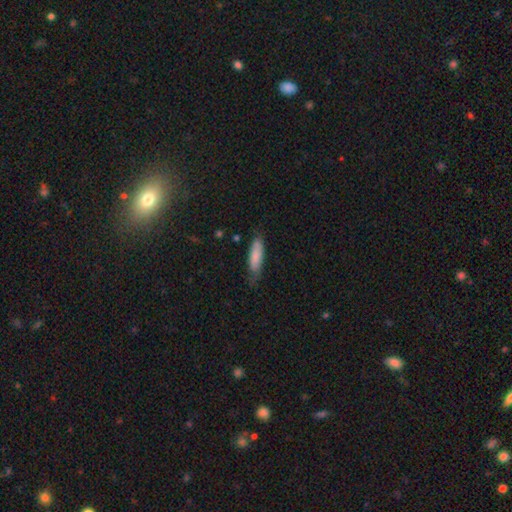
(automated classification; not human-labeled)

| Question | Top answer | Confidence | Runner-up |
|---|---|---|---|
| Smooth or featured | smooth | 83% | featured or disk (12%) |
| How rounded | cigar-shaped | 59% | in between (40%) |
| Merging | none | 67% | minor disturbance (26%) |